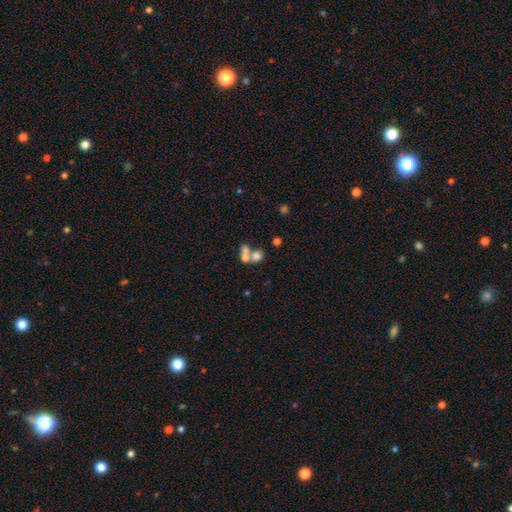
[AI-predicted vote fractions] Overall: smooth (68%). How rounded: round (57%; in between 42%). Merging: merger (59%; none 30%).